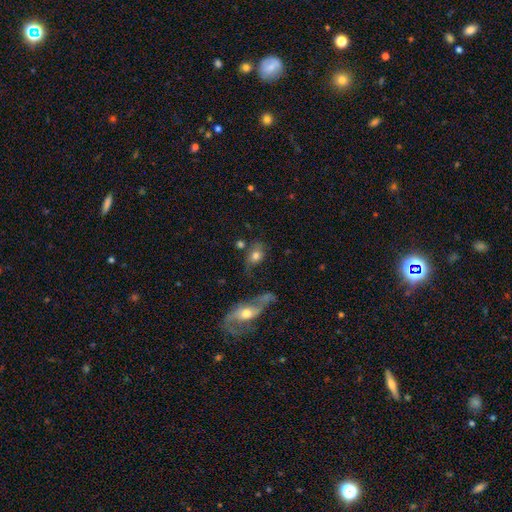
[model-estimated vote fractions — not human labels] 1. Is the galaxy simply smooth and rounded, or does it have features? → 64% smooth, 25% featured or disk, 10% star or artifact.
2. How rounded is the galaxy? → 67% in between, 30% round, 3% cigar-shaped.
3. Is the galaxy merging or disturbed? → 42% none, 20% merger, 20% minor disturbance, 18% major disturbance.